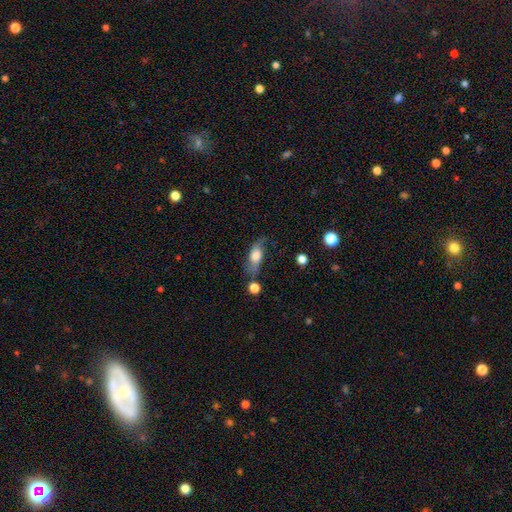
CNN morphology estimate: This appears to be a smooth galaxy with no disk features (59%) that is in between round and cigar-shaped (71%). Merging: none (58%).